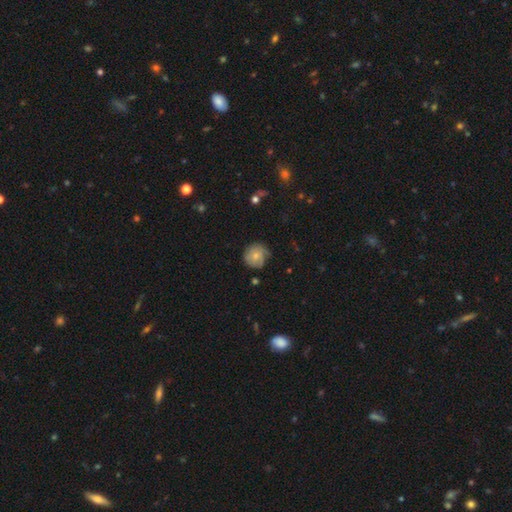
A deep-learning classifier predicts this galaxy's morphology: Smooth or featured? smooth (67%)
How rounded? round (89%)
Merging? none (69%)